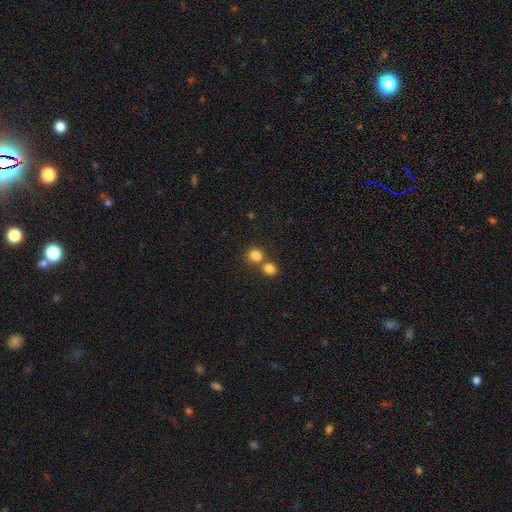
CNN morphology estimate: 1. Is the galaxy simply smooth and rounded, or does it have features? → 82% smooth, 12% star or artifact, 6% featured or disk.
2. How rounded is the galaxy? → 77% round, 22% in between, 1% cigar-shaped.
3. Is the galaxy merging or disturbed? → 47% none, 44% merger, 7% minor disturbance, 3% major disturbance.